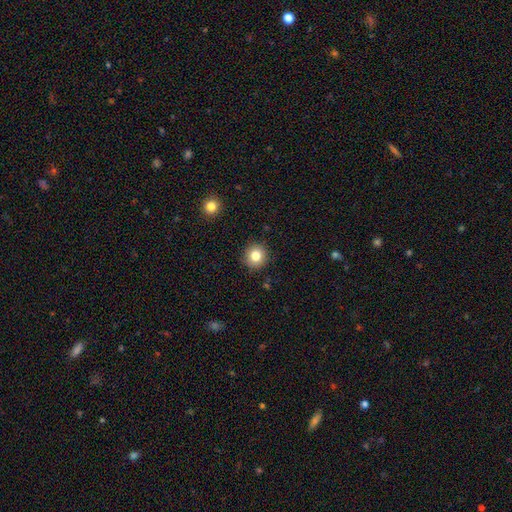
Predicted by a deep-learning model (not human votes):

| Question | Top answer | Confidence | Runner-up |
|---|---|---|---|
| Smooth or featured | smooth | 82% | star or artifact (11%) |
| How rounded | round | 91% | in between (8%) |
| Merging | none | 90% | minor disturbance (6%) |